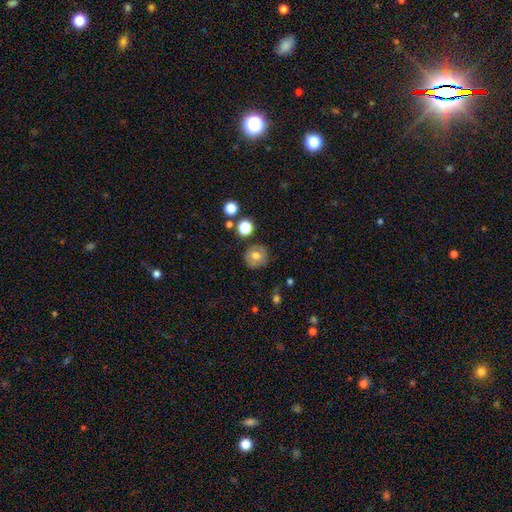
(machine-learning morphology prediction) Overall: smooth (68%). How rounded: round (87%). Merging: none (81%).